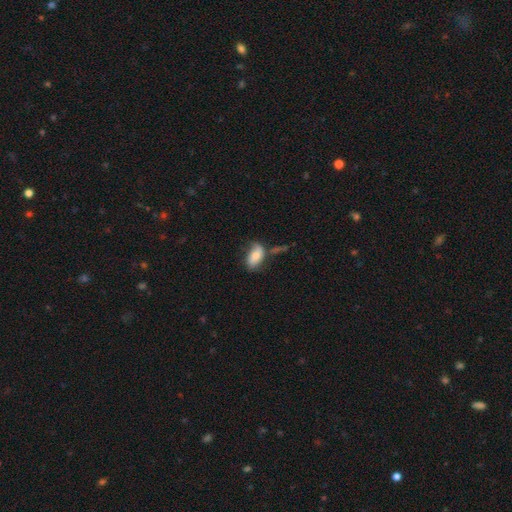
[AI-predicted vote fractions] This is likely a smooth galaxy (65%). How rounded: clearly in between (92%). Merging: possibly none (48%).